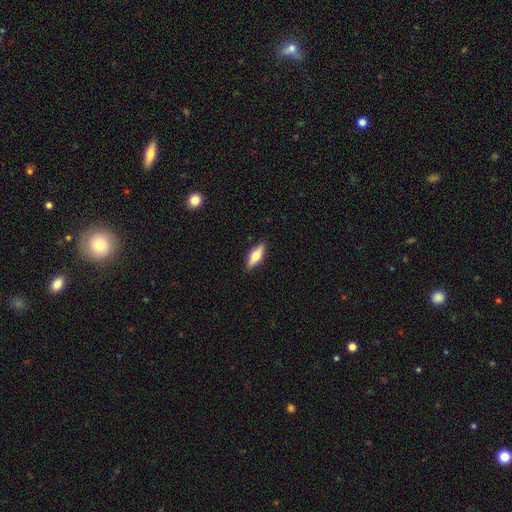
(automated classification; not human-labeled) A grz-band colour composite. It shows a smooth galaxy with no disk features (59%) that is in between round and cigar-shaped (52%). Merging: none (89%).